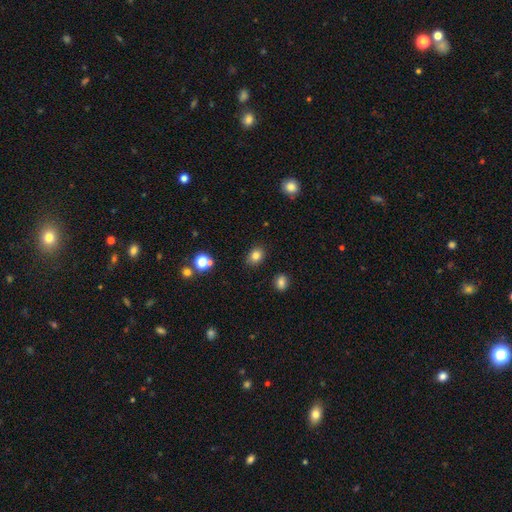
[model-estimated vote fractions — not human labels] Smooth or featured? Predicted: smooth (p=0.81). How rounded? Predicted: in between (p=0.57). Merging? Predicted: none (p=0.85).